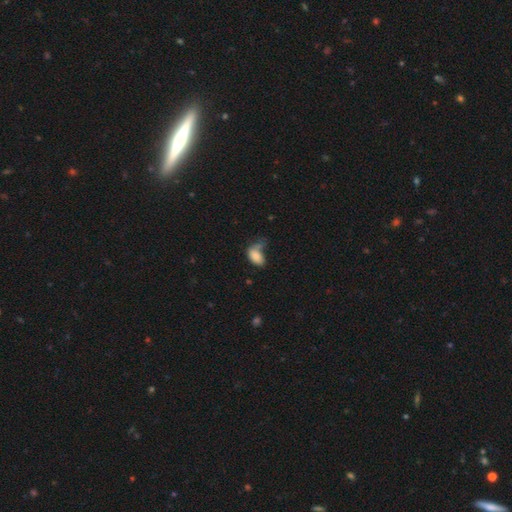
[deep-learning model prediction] Q: Smooth or featured?
A: smooth (83%); runner-up: featured or disk (9%)
Q: How rounded?
A: in between (92%); runner-up: round (6%)
Q: Merging?
A: none (32%); runner-up: minor disturbance (26%)